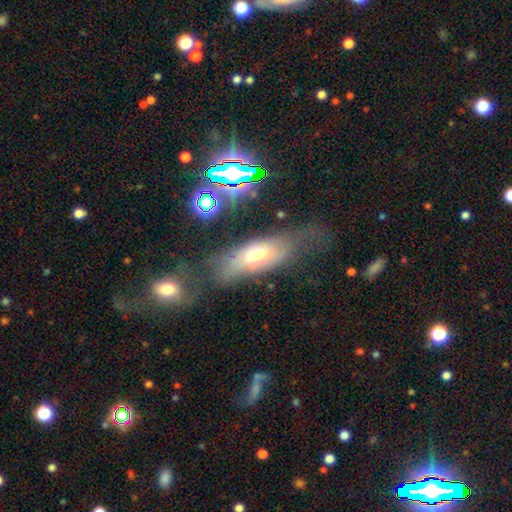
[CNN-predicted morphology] smooth-or-featured: smooth: 46% | featured or disk: 40% | star or artifact: 13%
  merging: none: 45% | minor disturbance: 25% | major disturbance: 22% | merger: 8%